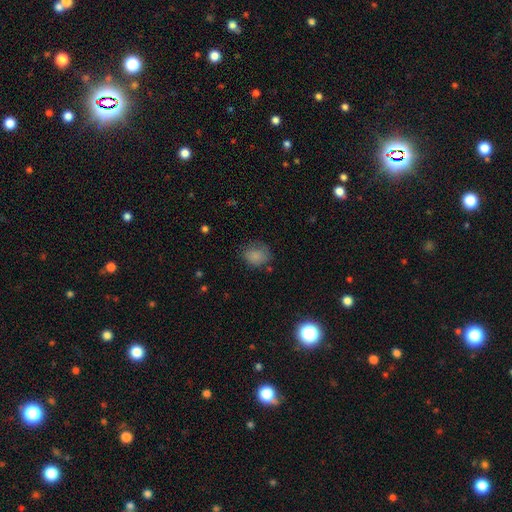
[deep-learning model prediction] Smooth or featured?
  - smooth: 81% *
  - star or artifact: 10%
  - featured or disk: 8%
How rounded?
  - round: 54% *
  - in between: 45%
  - cigar-shaped: 1%
Merging?
  - none: 62% *
  - minor disturbance: 26%
  - major disturbance: 10%
  - merger: 2%